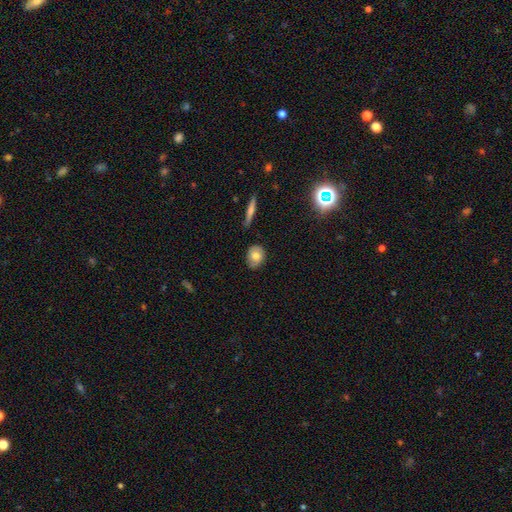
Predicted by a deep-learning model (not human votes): Smooth or featured? smooth (73%)
How rounded? in between (52%)
Merging? none (82%)